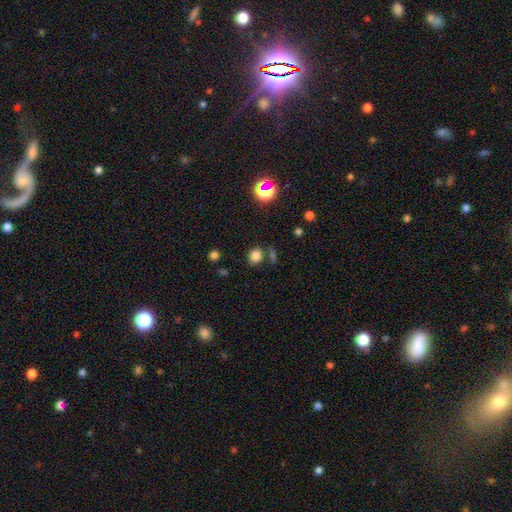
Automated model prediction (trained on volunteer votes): This appears to be a smooth galaxy with no disk features (78%) that is round (65%). Merging: none (77%).